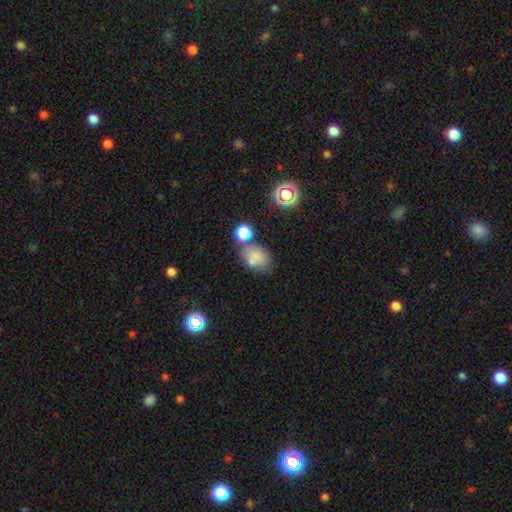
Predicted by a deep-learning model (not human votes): smooth-or-featured: smooth: 72% | star or artifact: 16% | featured or disk: 12%
  how-rounded: in between: 70% | round: 28% | cigar-shaped: 1%
  merging: none: 52% | merger: 23% | minor disturbance: 17% | major disturbance: 7%